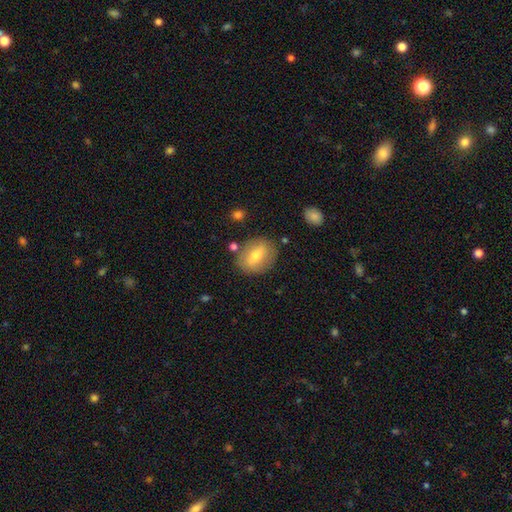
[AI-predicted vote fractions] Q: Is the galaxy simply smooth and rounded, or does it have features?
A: smooth — 60%.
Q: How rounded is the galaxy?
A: in between — 65%.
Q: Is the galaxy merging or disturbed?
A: none — 80%.